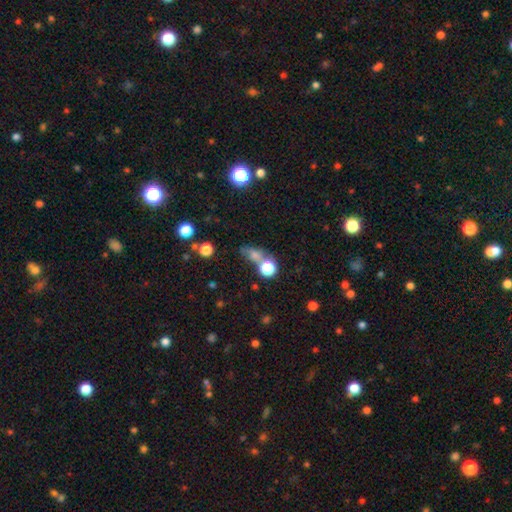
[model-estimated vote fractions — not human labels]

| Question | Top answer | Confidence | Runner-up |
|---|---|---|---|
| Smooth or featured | smooth | 63% | star or artifact (22%) |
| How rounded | round | 51% | in between (42%) |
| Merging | none | 42% | merger (33%) |